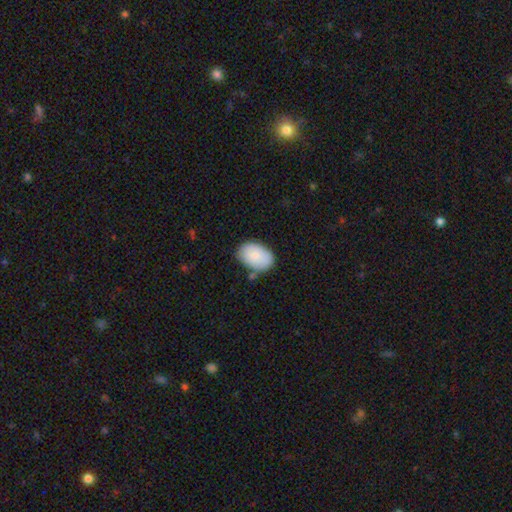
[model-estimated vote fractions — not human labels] A smooth galaxy with no disk features (86%) that is in between round and cigar-shaped (90%).

Vote fractions:
- Smooth or featured? smooth: 86% / featured or disk: 8% / star or artifact: 6%
- How rounded? in between: 90% / round: 9% / cigar-shaped: 1%
- Merging? none: 70% / minor disturbance: 20% / merger: 6% / major disturbance: 4%